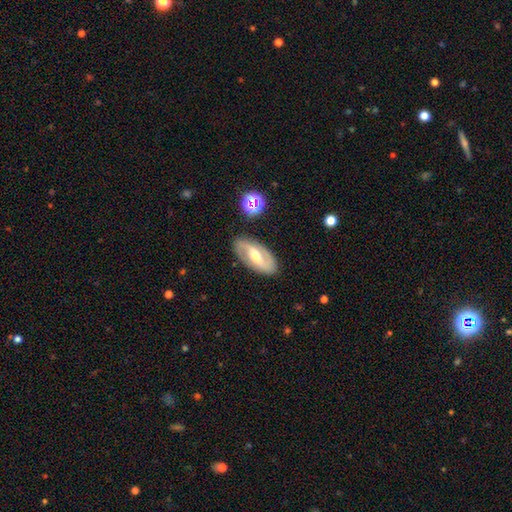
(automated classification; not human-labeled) Smooth or featured? featured or disk (77%)
Edge-on disk? no (94%)
Bar? weak (42%)
Spiral arms? yes (89%)
Spiral winding? medium (46%)
Spiral arm count? 2 (90%)
Bulge size? moderate (64%)
Merging? none (85%)